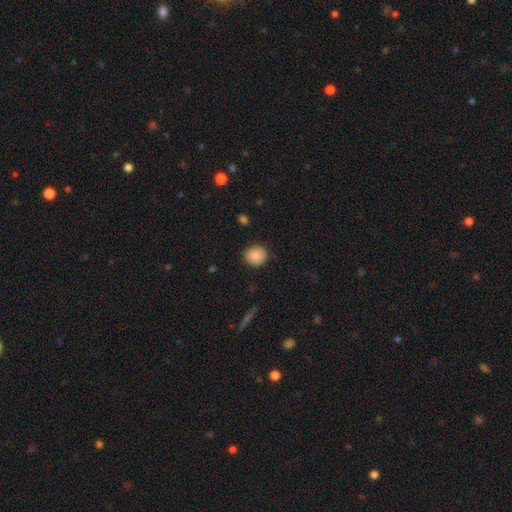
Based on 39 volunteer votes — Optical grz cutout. It shows a smooth galaxy with no disk features (90%) that is round (91%). Merging: none (92%).